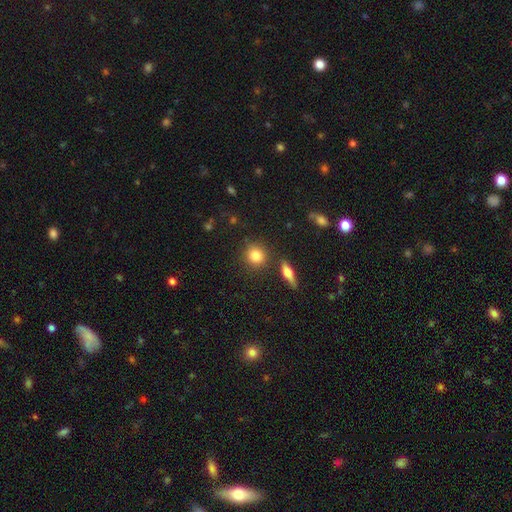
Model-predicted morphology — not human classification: smooth-or-featured: smooth: 81% | featured or disk: 10% | star or artifact: 9%
  how-rounded: round: 84% | in between: 14% | cigar-shaped: 2%
  merging: none: 82% | minor disturbance: 9% | merger: 6% | major disturbance: 3%